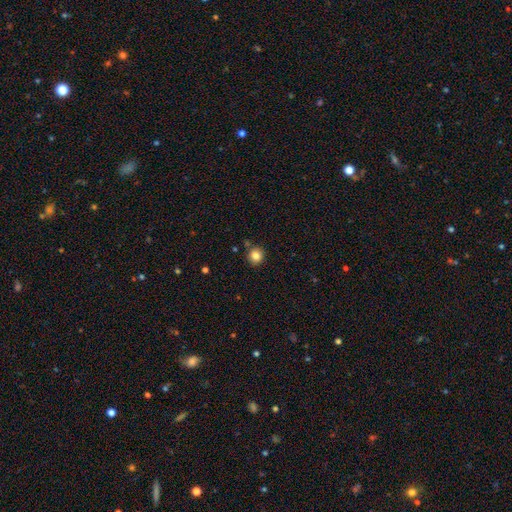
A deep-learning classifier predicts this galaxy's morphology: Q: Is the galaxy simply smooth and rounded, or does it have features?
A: smooth — 83%.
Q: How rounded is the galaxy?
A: round — 89%.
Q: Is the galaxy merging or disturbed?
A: none — 82%.